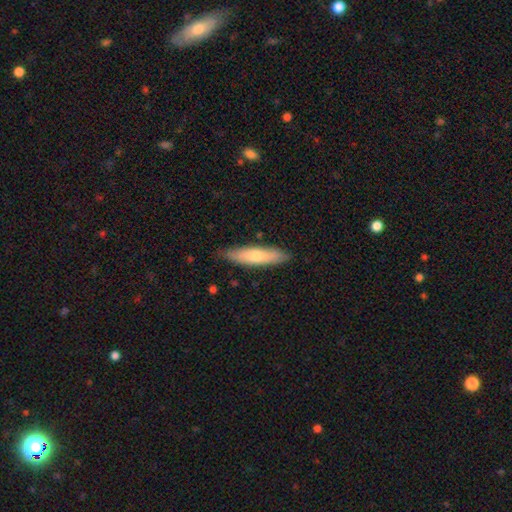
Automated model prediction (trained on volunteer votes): Q: Smooth or featured?
A: smooth (66%); runner-up: featured or disk (28%)
Q: How rounded?
A: cigar-shaped (77%); runner-up: in between (21%)
Q: Merging?
A: none (86%); runner-up: minor disturbance (11%)